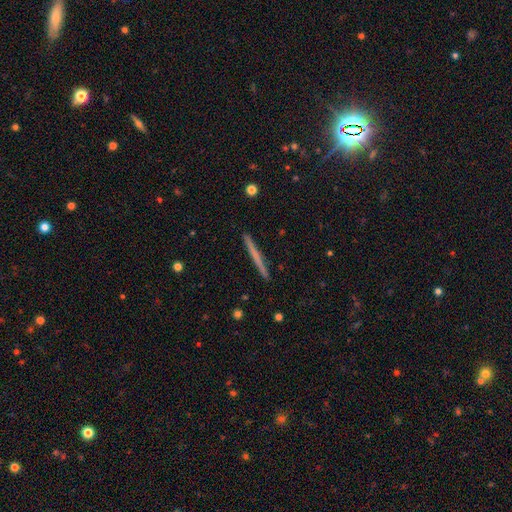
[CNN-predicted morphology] type=smooth (51%); roundness=cigar-shaped (97%); merging=none (93%).